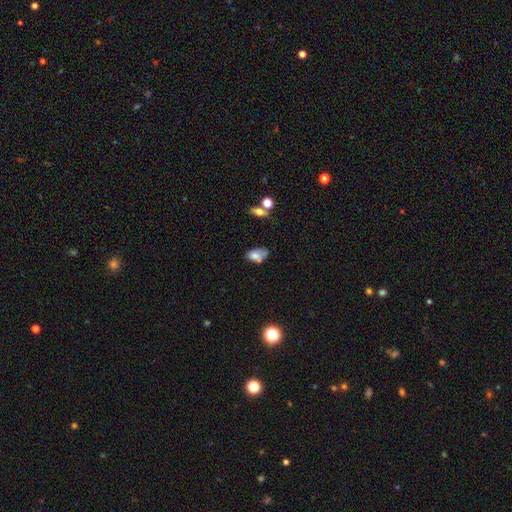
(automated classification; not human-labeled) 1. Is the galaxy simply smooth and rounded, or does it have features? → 70% smooth, 19% featured or disk, 11% star or artifact.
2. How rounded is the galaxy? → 86% in between, 12% round, 2% cigar-shaped.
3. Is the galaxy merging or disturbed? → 32% none, 29% minor disturbance, 24% merger, 16% major disturbance.